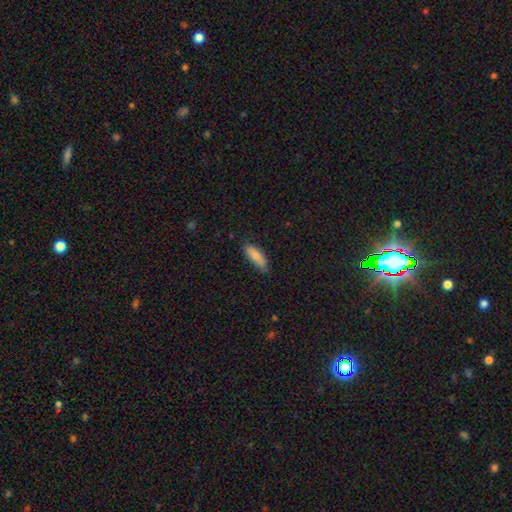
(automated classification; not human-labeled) Morphology: type=smooth (82%); roundness=in between (60%); merging=none (78%).